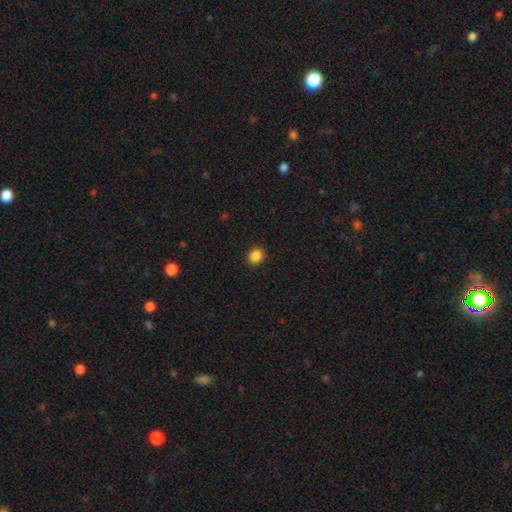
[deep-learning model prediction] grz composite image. It shows a smooth galaxy with no disk features (87%) that is round (63%). Merging: none (91%).